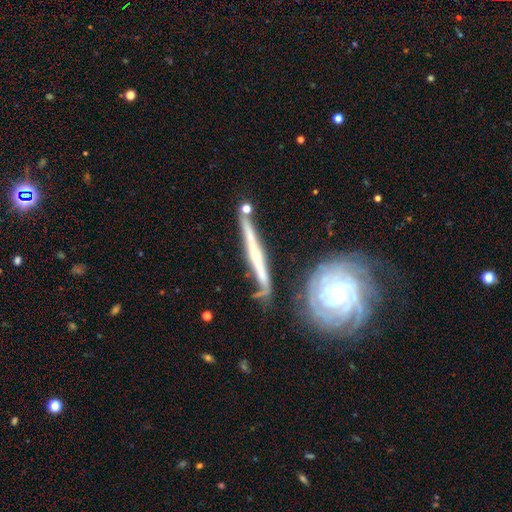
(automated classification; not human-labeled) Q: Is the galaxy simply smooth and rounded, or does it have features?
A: featured or disk — 76%.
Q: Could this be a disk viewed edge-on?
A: yes — 81%.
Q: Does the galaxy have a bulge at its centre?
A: none — 61%.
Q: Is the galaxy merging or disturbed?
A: none — 72%.